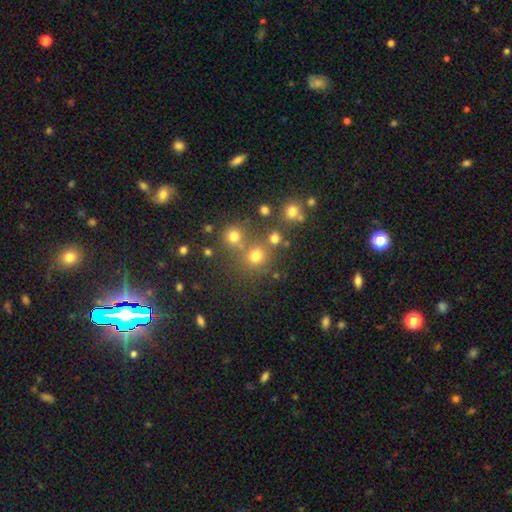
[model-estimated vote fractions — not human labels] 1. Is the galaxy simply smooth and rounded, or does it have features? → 73% smooth, 19% star or artifact, 8% featured or disk.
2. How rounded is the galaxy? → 87% round, 12% in between, 1% cigar-shaped.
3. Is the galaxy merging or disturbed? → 65% none, 22% merger, 9% minor disturbance, 4% major disturbance.